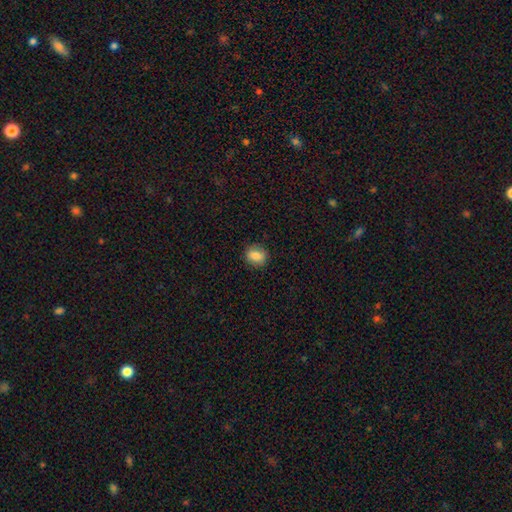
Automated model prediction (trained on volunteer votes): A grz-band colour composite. It shows a smooth galaxy with no disk features (84%) that is round (68%). Merging: none (87%).